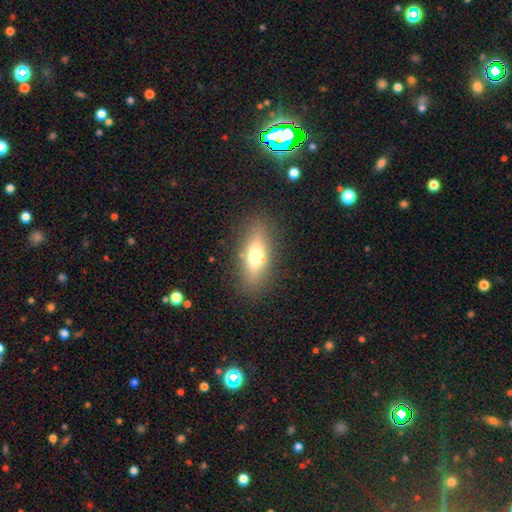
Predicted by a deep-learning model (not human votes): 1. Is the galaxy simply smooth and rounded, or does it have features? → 60% smooth, 30% featured or disk, 10% star or artifact.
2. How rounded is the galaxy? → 65% in between, 29% cigar-shaped, 7% round.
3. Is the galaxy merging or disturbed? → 85% none, 10% minor disturbance, 4% major disturbance, 2% merger.